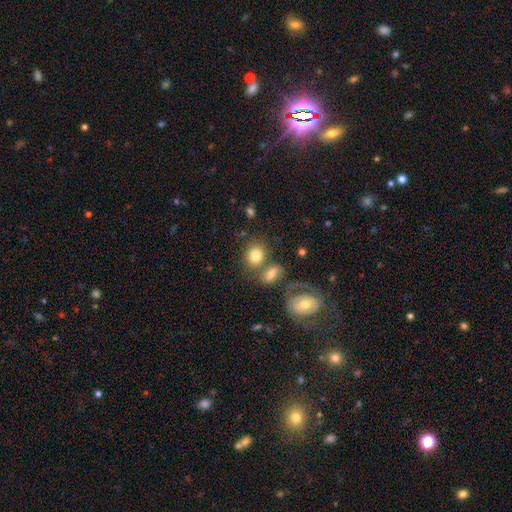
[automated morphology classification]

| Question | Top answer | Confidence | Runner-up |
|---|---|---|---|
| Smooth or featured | smooth | 75% | featured or disk (16%) |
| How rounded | round | 62% | in between (37%) |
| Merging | none | 50% | merger (32%) |